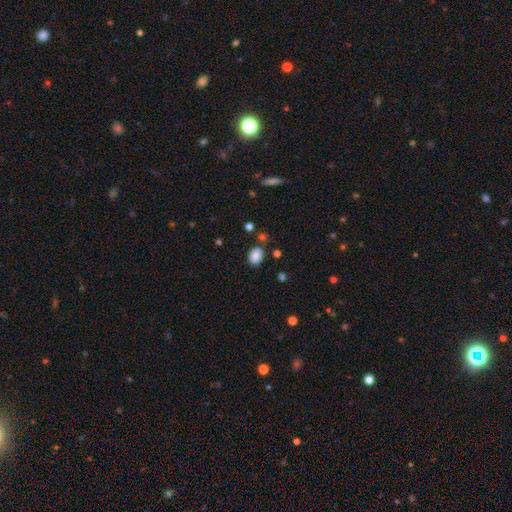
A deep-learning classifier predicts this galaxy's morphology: This is clearly a smooth galaxy (86%). How rounded: likely in between (66%). Merging: likely none (80%).